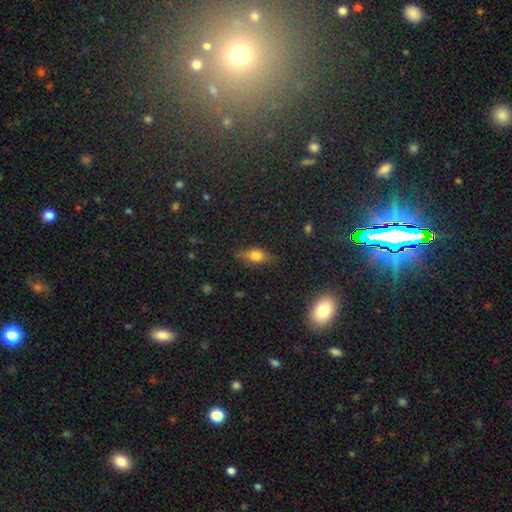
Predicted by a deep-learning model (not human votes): Q: Smooth or featured?
A: smooth (67%); runner-up: featured or disk (19%)
Q: How rounded?
A: in between (73%); runner-up: cigar-shaped (16%)
Q: Merging?
A: none (78%); runner-up: minor disturbance (16%)